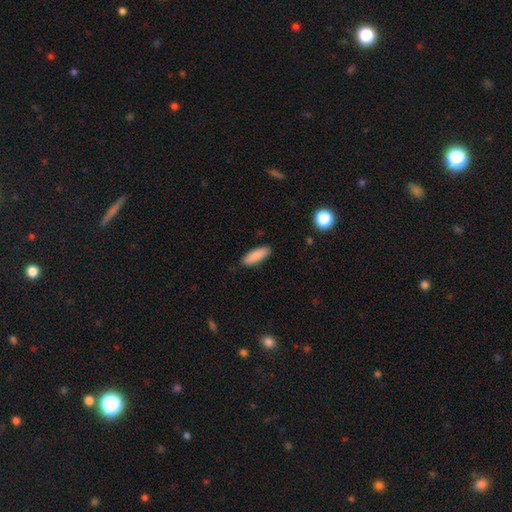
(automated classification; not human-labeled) smooth-or-featured: smooth: 88% | star or artifact: 6% | featured or disk: 5%
  how-rounded: in between: 54% | cigar-shaped: 44% | round: 2%
  merging: none: 87% | minor disturbance: 10% | major disturbance: 2% | merger: 1%